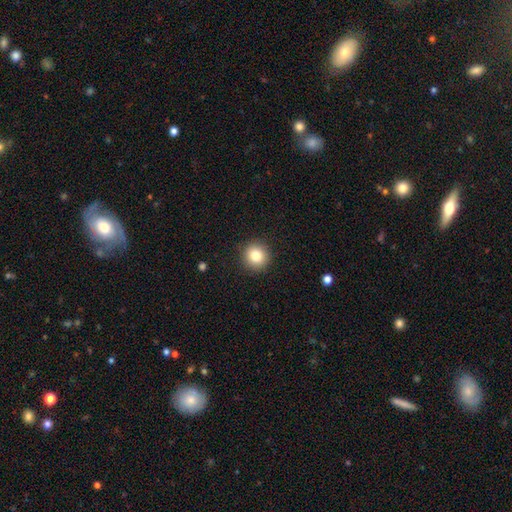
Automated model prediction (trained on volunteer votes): The model was most divided on "smooth or featured": smooth: 82%, star or artifact: 10%, featured or disk: 7%. More confident: how rounded — round (93%); merging — none (91%).